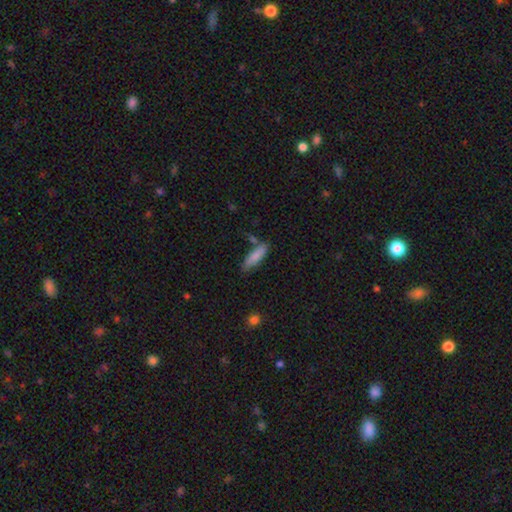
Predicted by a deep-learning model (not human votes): The model was most divided on "how rounded": cigar-shaped: 58%, in between: 40%, round: 2%. More confident: smooth or featured — smooth (85%); merging — none (71%).